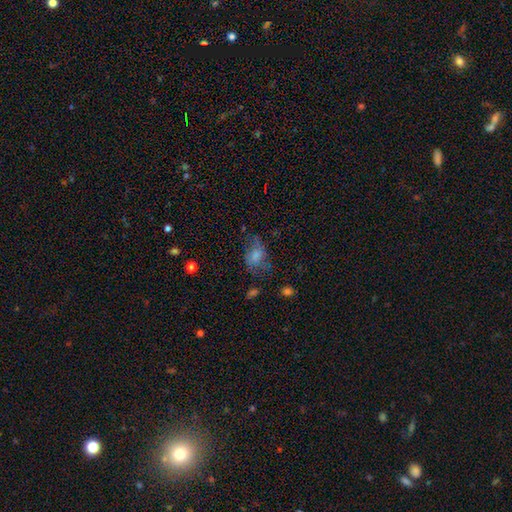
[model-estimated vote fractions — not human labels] Morphology: type=smooth (63%); roundness=in between (79%); merging=none (40%).